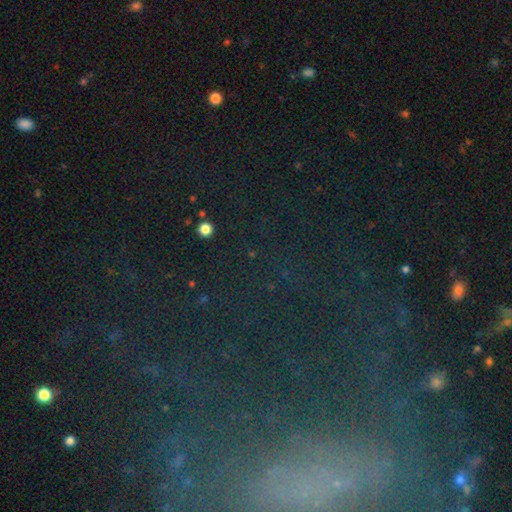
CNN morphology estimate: The model was most divided on "smooth or featured": star or artifact: 54%, featured or disk: 28%, smooth: 18%.